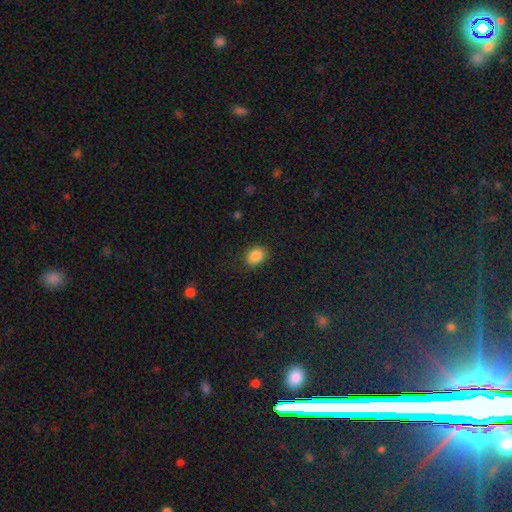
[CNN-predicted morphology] Smooth or featured? smooth (86%)
How rounded? in between (56%)
Merging? none (86%)